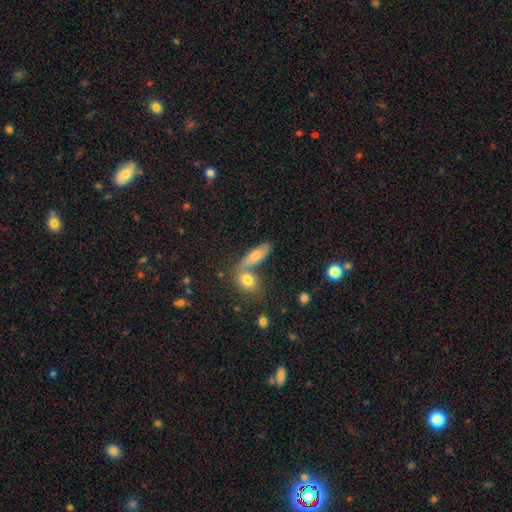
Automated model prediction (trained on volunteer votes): Smooth or featured: smooth — 71% (featured or disk — 21%)
How rounded: in between — 65% (cigar-shaped — 28%)
Merging: none — 47% (merger — 38%)